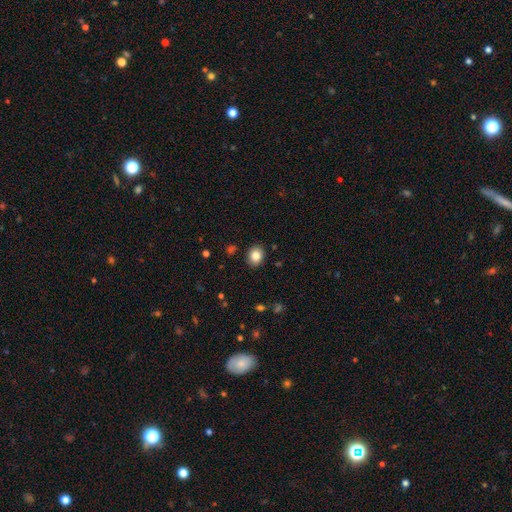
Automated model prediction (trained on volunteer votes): A smooth galaxy with no disk features (84%) that is round (59%). Merging: none (89%).